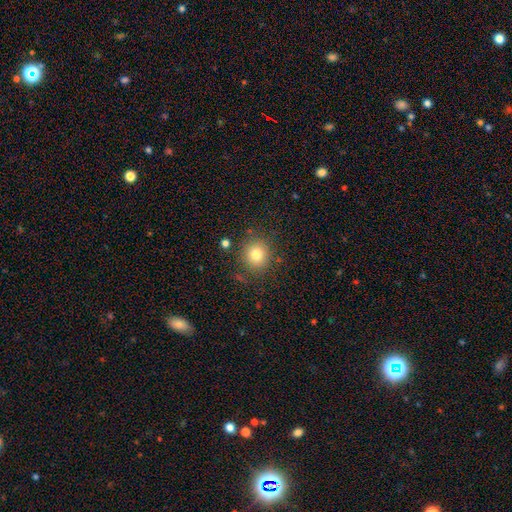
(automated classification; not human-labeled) Morphology: type=smooth (80%); roundness=round (86%); merging=none (84%).